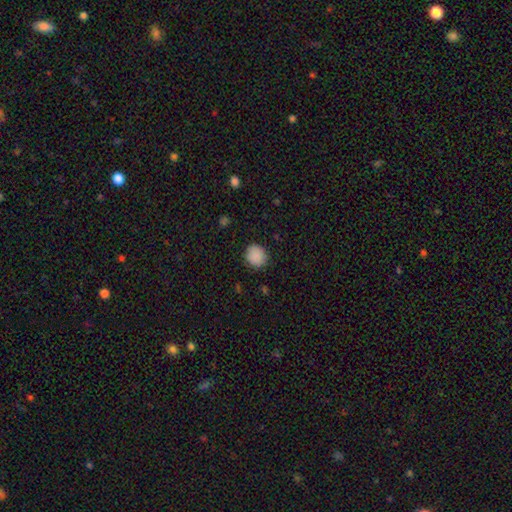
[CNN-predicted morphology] A smooth galaxy with no disk features (88%) that is round (84%).

Vote fractions:
- Smooth or featured? smooth: 88% / star or artifact: 9% / featured or disk: 3%
- How rounded? round: 84% / in between: 15% / cigar-shaped: 1%
- Merging? none: 86% / minor disturbance: 10% / major disturbance: 3% / merger: 1%